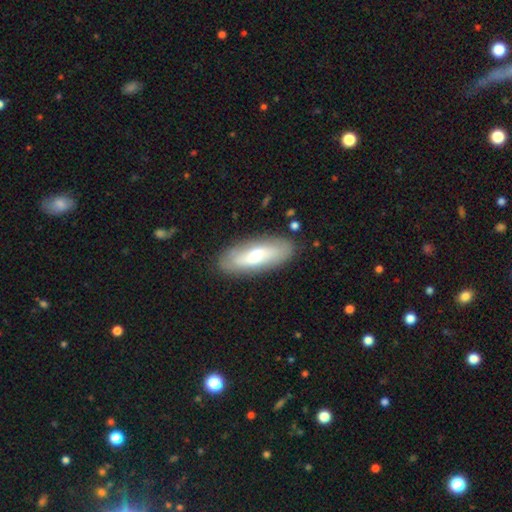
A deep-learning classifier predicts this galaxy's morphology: A smooth galaxy with no disk features (52%) that is in between round and cigar-shaped (71%).

Vote fractions:
- Smooth or featured? smooth: 52% / featured or disk: 41% / star or artifact: 6%
- How rounded? in between: 71% / cigar-shaped: 26% / round: 2%
- Merging? none: 85% / minor disturbance: 11% / major disturbance: 3% / merger: 2%